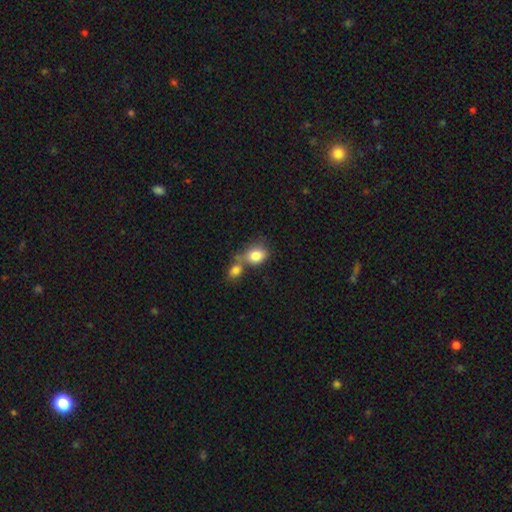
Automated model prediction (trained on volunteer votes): Smooth or featured? smooth (83%)
How rounded? in between (52%)
Merging? merger (57%)